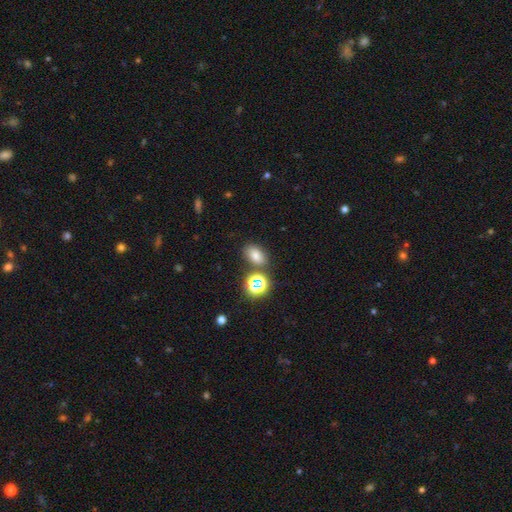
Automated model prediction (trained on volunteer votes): smooth 71%, star or artifact 20%, featured or disk 9%. Down the decision tree: how rounded — in between (76%); merging — none (74%).